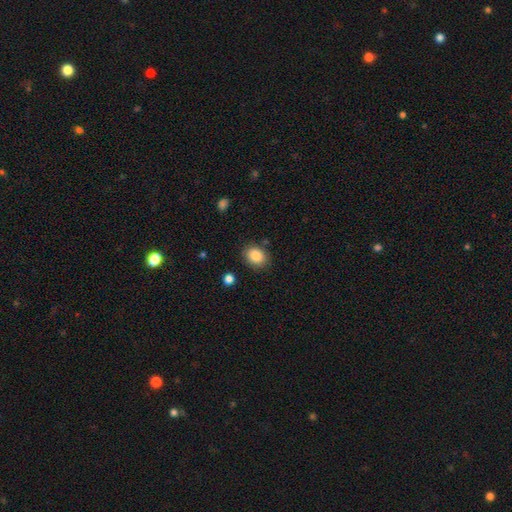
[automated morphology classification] The model was most divided on "how rounded": in between: 53%, round: 46%, cigar-shaped: 1%. More confident: smooth or featured — smooth (86%); merging — none (84%).